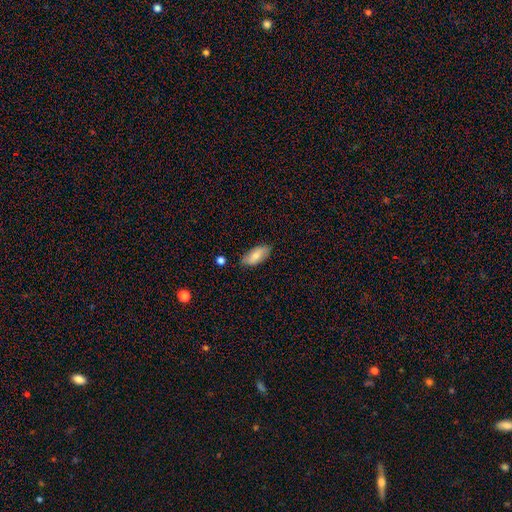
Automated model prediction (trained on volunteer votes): This appears to be a smooth galaxy with no disk features (78%) that is in between round and cigar-shaped (91%). Merging: none (77%).